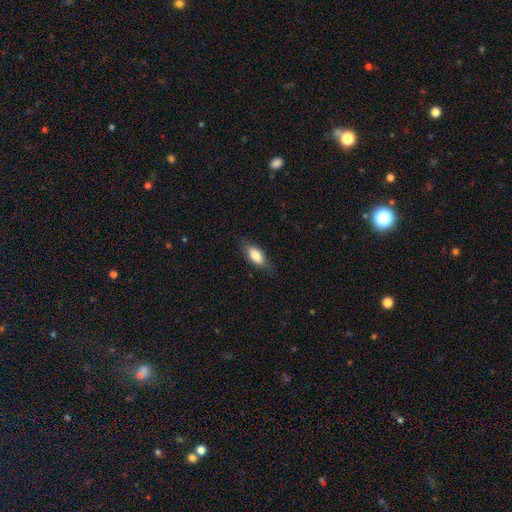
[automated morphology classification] Overall: smooth (71%). How rounded: in between (79%). Merging: none (74%).